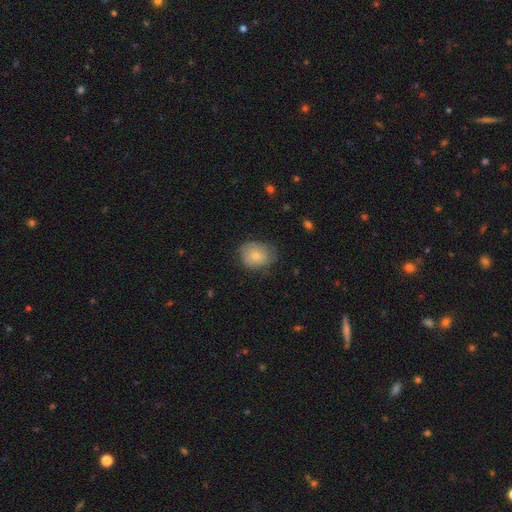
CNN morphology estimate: Smooth or featured: smooth — 73% (featured or disk — 20%)
How rounded: round — 58% (in between — 41%)
Merging: none — 63% (minor disturbance — 28%)